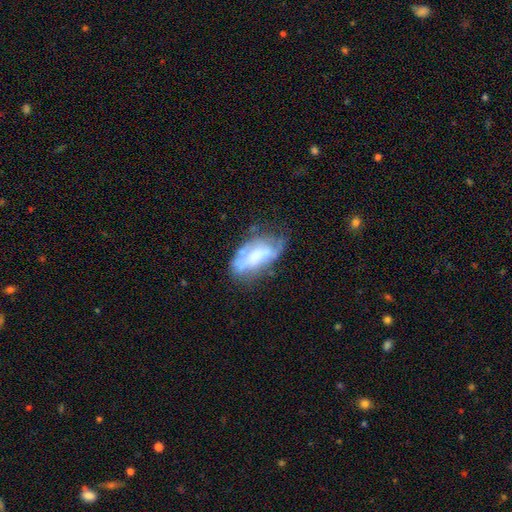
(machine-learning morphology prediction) smooth_or_featured: featured or disk (p=0.56) [alt: smooth p=0.35]
disk_edge_on: no (p=0.89) [alt: yes p=0.11]
merging: none (p=0.45) [alt: minor disturbance p=0.30]